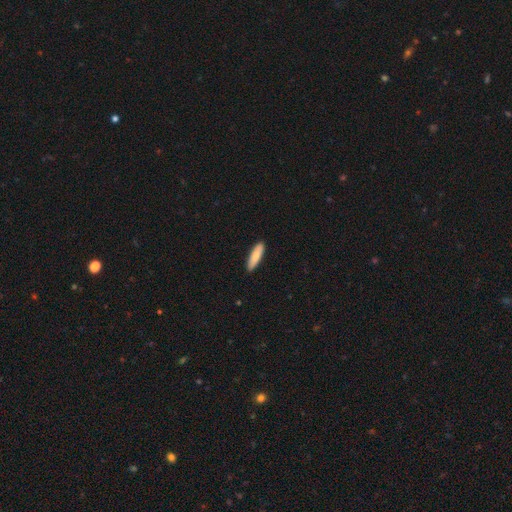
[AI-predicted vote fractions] Smooth or featured: smooth — 84% (featured or disk — 11%)
How rounded: cigar-shaped — 68% (in between — 30%)
Merging: none — 90% (minor disturbance — 8%)